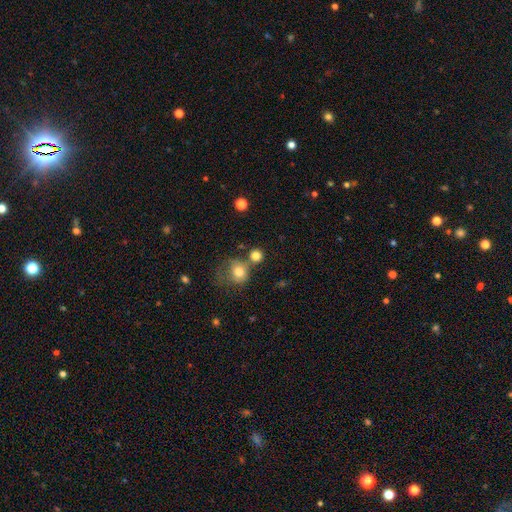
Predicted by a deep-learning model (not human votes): Overall: smooth (80%). How rounded: round (86%). Merging: none (56%; merger 27%).